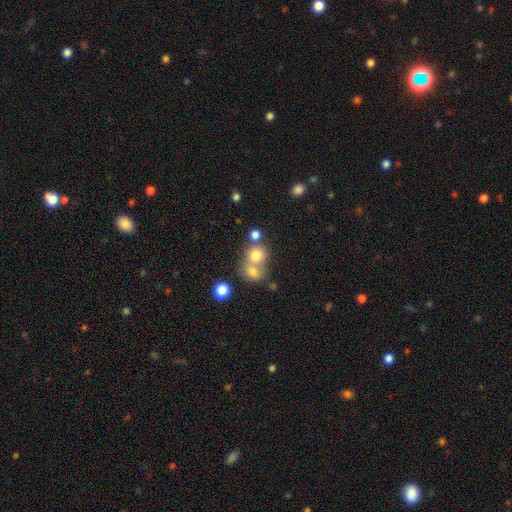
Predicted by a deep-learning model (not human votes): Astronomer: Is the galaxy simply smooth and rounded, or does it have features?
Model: smooth — 75%.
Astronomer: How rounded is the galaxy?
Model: round — 78%.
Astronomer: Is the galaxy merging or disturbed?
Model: merger — 51% (runner-up: none, 38%).